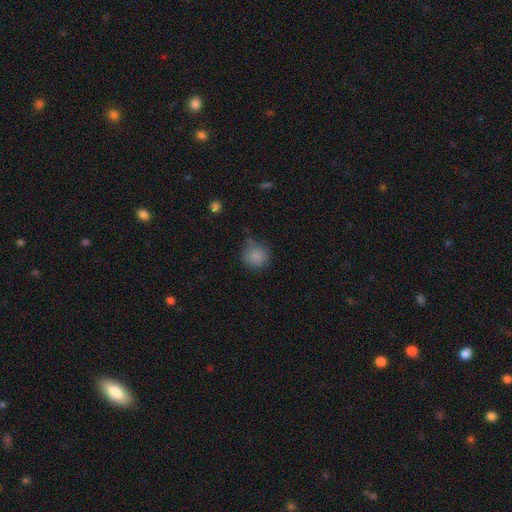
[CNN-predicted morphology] smooth 85%, star or artifact 10%, featured or disk 5%. Down the decision tree: how rounded — round (90%); merging — none (71%).